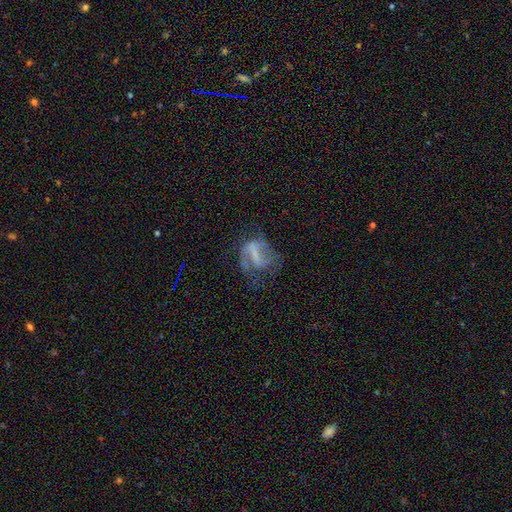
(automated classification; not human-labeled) Smooth or featured: featured or disk — 61% (smooth — 25%)
Edge-on disk: no — 95% (yes — 5%)
Bar: strong — 39% (weak — 34%)
Spiral arms: yes — 60% (no — 40%)
Bulge size: none — 52% (small — 28%)
Merging: none — 40% (major disturbance — 36%)